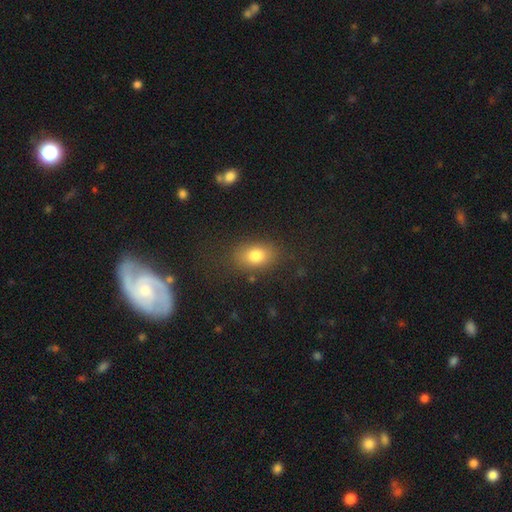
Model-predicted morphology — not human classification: A smooth galaxy with no disk features (80%) that is in between round and cigar-shaped (77%).

Vote fractions:
- Smooth or featured? smooth: 80% / star or artifact: 10% / featured or disk: 10%
- How rounded? in between: 77% / round: 21% / cigar-shaped: 2%
- Merging? none: 80% / minor disturbance: 13% / major disturbance: 6% / merger: 2%